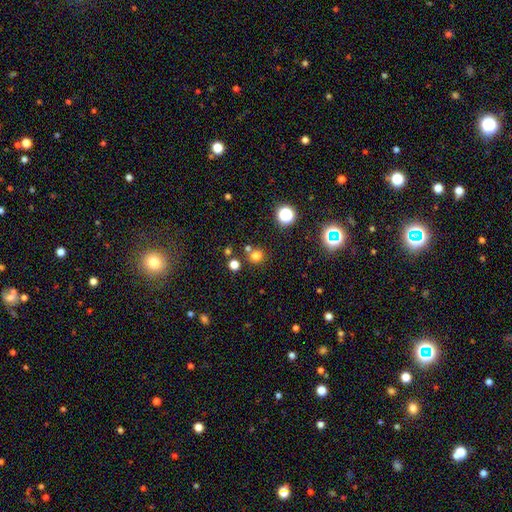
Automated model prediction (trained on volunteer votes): A smooth galaxy with no disk features (72%) that is round (84%).

Vote fractions:
- Smooth or featured? smooth: 72% / star or artifact: 21% / featured or disk: 7%
- How rounded? round: 84% / in between: 16% / cigar-shaped: 1%
- Merging? none: 70% / merger: 17% / minor disturbance: 9% / major disturbance: 3%